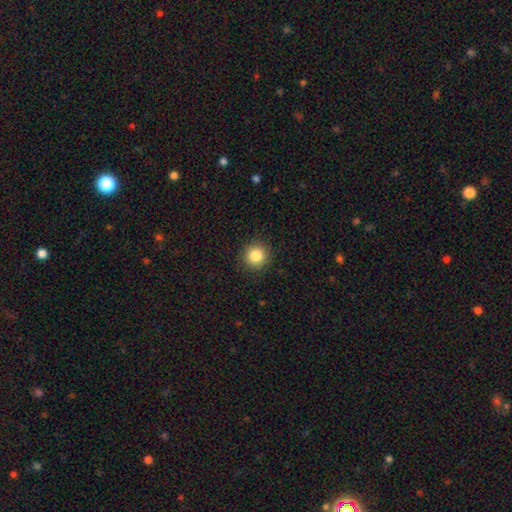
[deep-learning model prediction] Morphology: type=smooth (85%); roundness=round (93%); merging=none (91%).